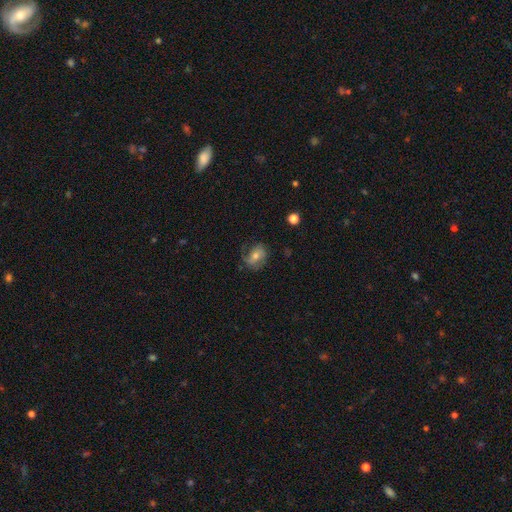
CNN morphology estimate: featured or disk 59%, smooth 31%, star or artifact 9%. Down the decision tree: edge-on disk — no (96%); bar — no (51%); spiral arms — yes (84%); bulge size — moderate (61%); merging — none (62%).